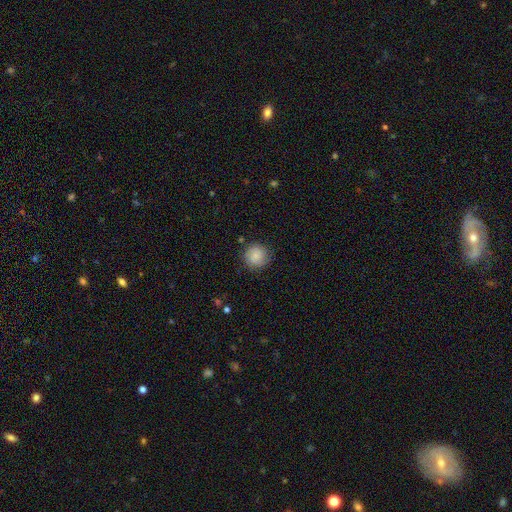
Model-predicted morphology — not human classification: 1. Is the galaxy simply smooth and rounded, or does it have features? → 80% smooth, 13% featured or disk, 8% star or artifact.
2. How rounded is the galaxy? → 92% round, 7% in between, 1% cigar-shaped.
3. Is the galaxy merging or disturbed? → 83% none, 12% minor disturbance, 4% major disturbance, 1% merger.